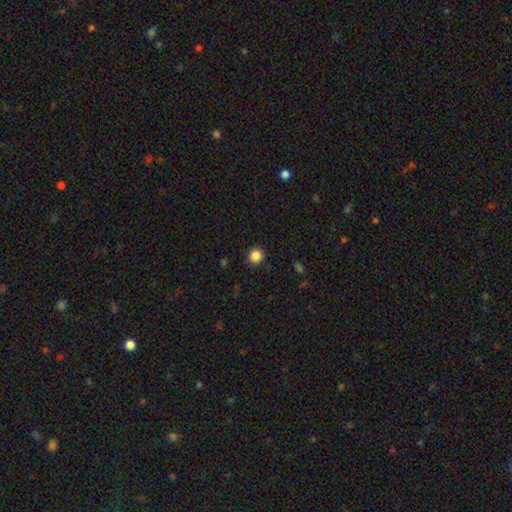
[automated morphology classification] A smooth galaxy with no disk features (86%) that is round (91%).

Vote fractions:
- Smooth or featured? smooth: 86% / star or artifact: 11% / featured or disk: 3%
- How rounded? round: 91% / in between: 8% / cigar-shaped: 1%
- Merging? none: 91% / minor disturbance: 6% / major disturbance: 2% / merger: 1%